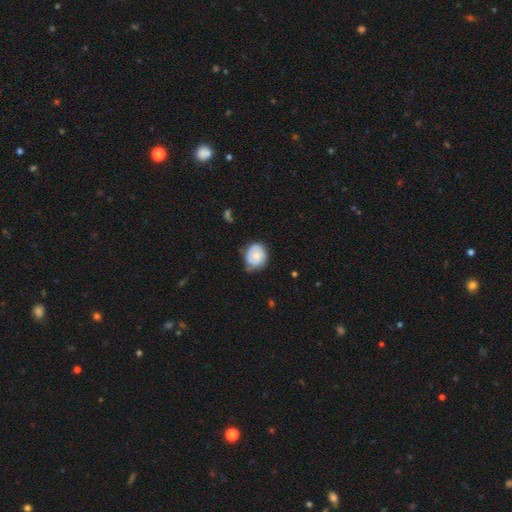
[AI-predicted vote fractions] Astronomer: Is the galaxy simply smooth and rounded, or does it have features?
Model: smooth — 50% (runner-up: featured or disk, 43%).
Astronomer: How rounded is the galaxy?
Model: round — 62%.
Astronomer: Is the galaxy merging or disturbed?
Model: none — 59%.